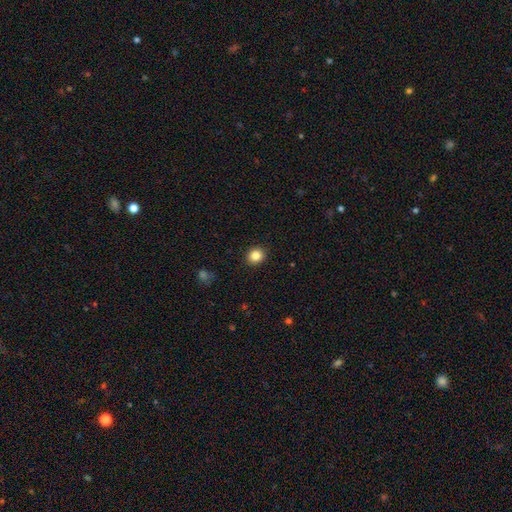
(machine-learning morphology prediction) Smooth or featured? smooth (84%)
How rounded? round (79%)
Merging? none (91%)